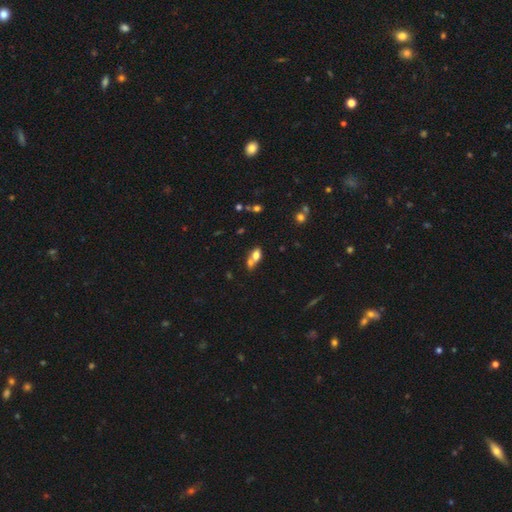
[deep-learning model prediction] This appears to be a smooth galaxy with no disk features (70%) that is in between round and cigar-shaped (75%). Merging: merger (58%).